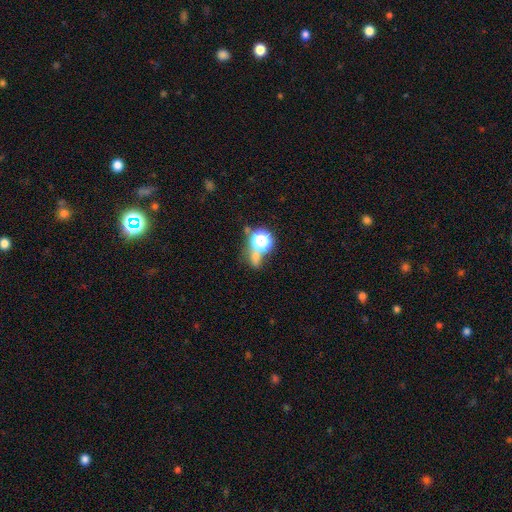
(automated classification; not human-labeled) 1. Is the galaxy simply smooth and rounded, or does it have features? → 49% smooth, 40% star or artifact, 11% featured or disk.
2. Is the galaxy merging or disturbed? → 49% none, 28% merger, 12% minor disturbance, 10% major disturbance.